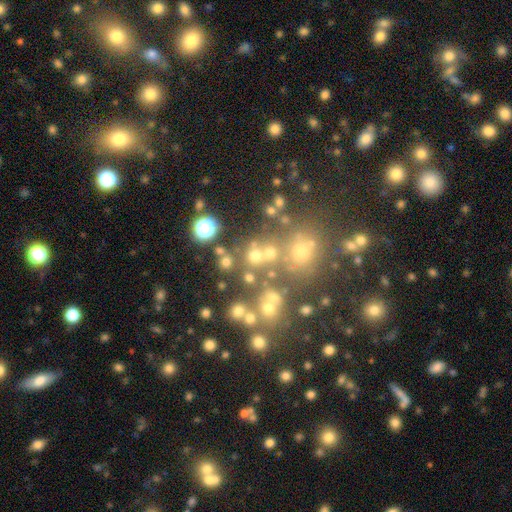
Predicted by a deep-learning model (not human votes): Smooth or featured: smooth — 59% (star or artifact — 27%)
How rounded: round — 83% (in between — 15%)
Merging: none — 62% (merger — 21%)